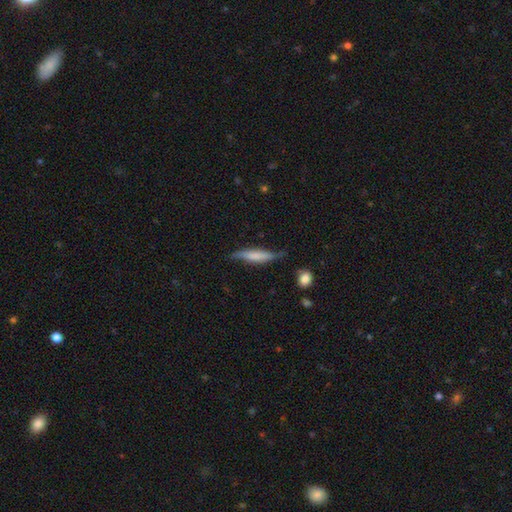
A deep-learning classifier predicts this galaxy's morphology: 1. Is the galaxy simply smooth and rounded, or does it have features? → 59% smooth, 35% featured or disk, 6% star or artifact.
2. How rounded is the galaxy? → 84% cigar-shaped, 14% in between, 2% round.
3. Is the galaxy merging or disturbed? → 65% none, 26% minor disturbance, 6% major disturbance, 3% merger.